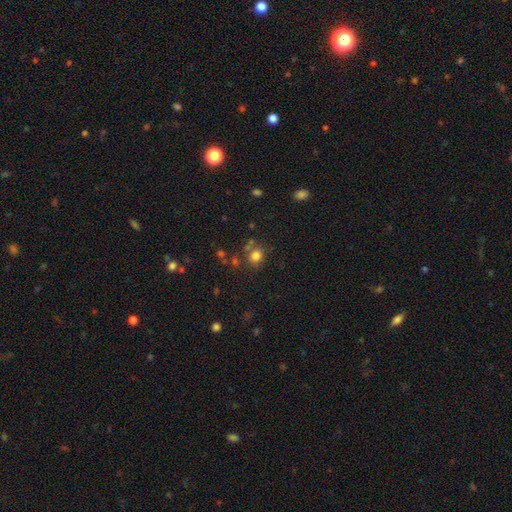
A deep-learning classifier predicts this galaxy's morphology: Smooth or featured: smooth — 78% (star or artifact — 15%)
How rounded: round — 69% (in between — 30%)
Merging: none — 70% (minor disturbance — 13%)